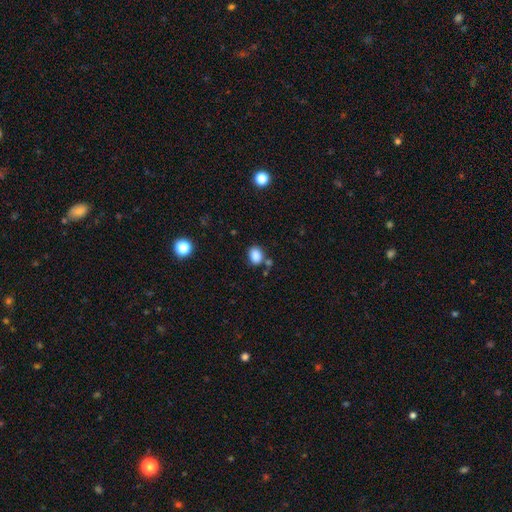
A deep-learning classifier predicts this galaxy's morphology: Smooth or featured: smooth — 86% (star or artifact — 10%)
How rounded: in between — 58% (round — 41%)
Merging: none — 70% (minor disturbance — 15%)